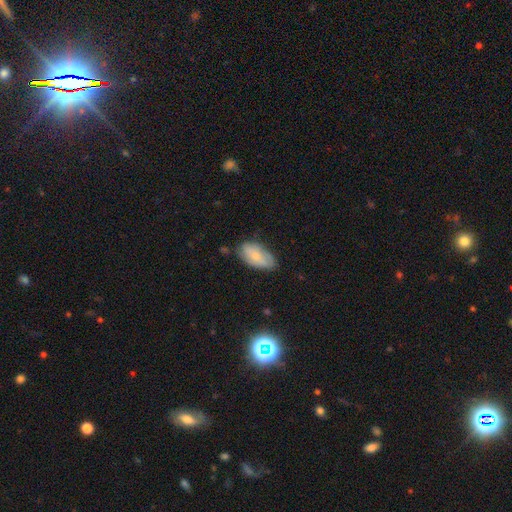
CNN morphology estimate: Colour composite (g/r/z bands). It shows a smooth galaxy with no disk features (69%) that is in between round and cigar-shaped (93%). Merging: none (64%).